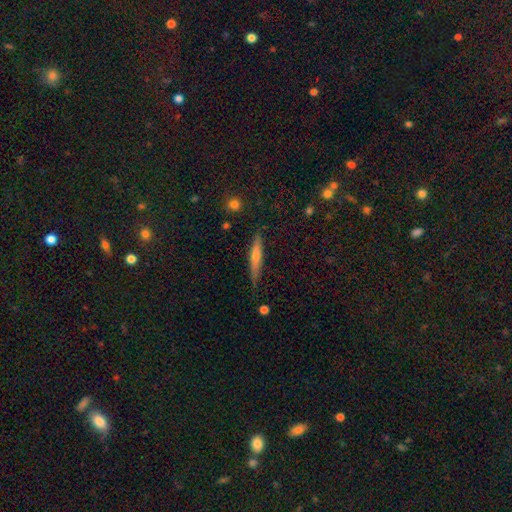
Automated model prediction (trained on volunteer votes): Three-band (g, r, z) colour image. It shows a smooth galaxy with no disk features (47%). Merging: none (85%).